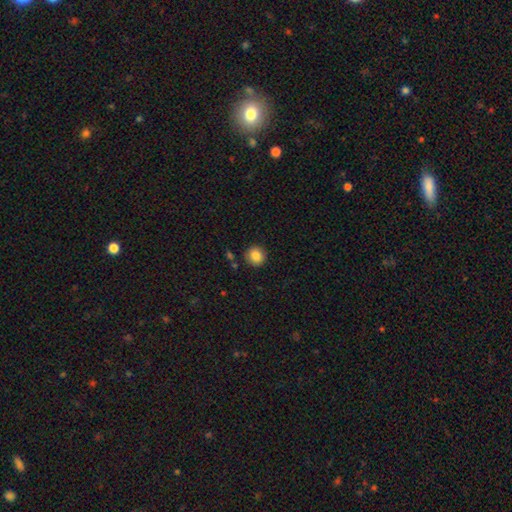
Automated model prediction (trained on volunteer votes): smooth 86%, star or artifact 9%, featured or disk 5%. Down the decision tree: how rounded — round (91%); merging — none (89%).